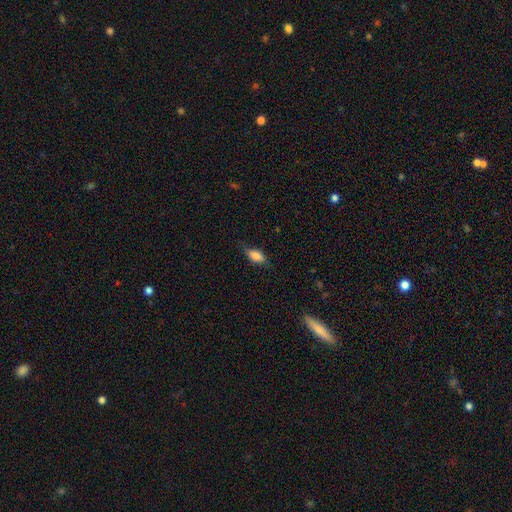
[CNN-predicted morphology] smooth-or-featured: smooth: 74% | featured or disk: 18% | star or artifact: 8%
  how-rounded: in between: 82% | cigar-shaped: 13% | round: 5%
  merging: none: 68% | minor disturbance: 24% | major disturbance: 6% | merger: 1%